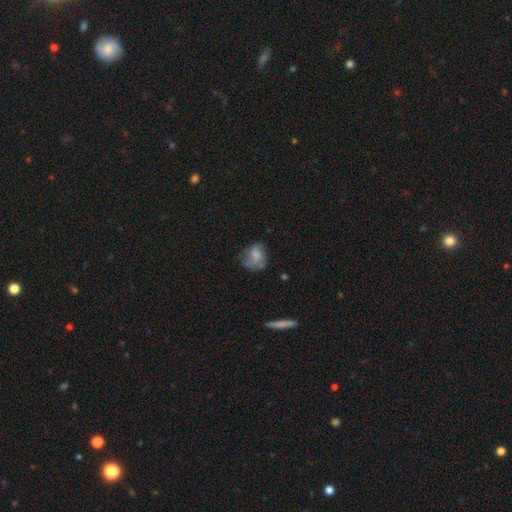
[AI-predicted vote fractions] A smooth galaxy with no disk features (61%) that is round (55%).

Vote fractions:
- Smooth or featured? smooth: 61% / featured or disk: 29% / star or artifact: 10%
- How rounded? round: 55% / in between: 43% / cigar-shaped: 1%
- Merging? none: 45% / minor disturbance: 29% / major disturbance: 23% / merger: 3%